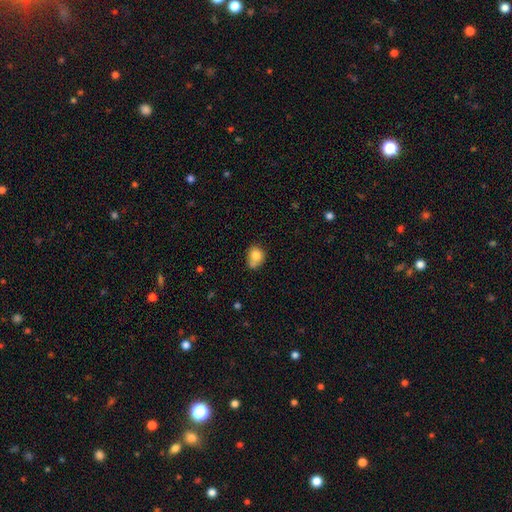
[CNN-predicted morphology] smooth 79%, featured or disk 11%, star or artifact 10%. Down the decision tree: how rounded — round (63%); merging — none (45%).